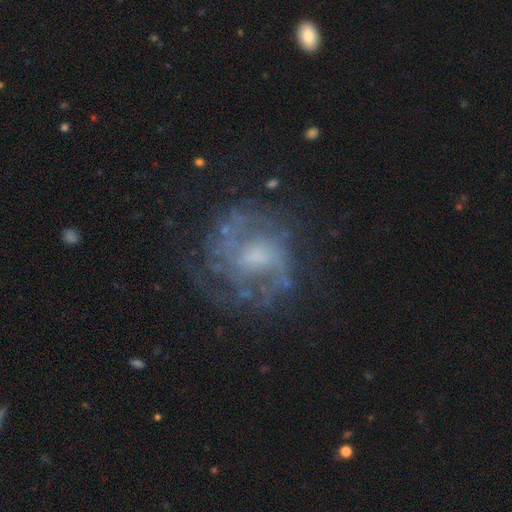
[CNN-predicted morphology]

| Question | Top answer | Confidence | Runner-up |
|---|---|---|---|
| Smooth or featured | featured or disk | 79% | smooth (12%) |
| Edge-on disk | no | 98% | yes (2%) |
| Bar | no | 58% | weak (35%) |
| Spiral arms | yes | 84% | no (16%) |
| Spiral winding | medium | 42% | tight (41%) |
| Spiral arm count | can't tell | 37% | 2 (33%) |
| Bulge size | moderate | 44% | small (32%) |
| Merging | none | 66% | minor disturbance (17%) |